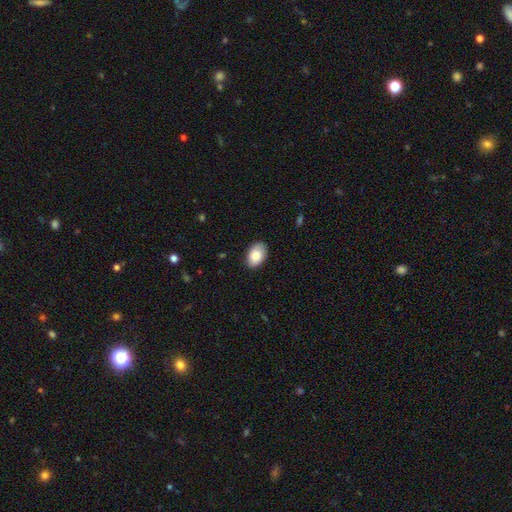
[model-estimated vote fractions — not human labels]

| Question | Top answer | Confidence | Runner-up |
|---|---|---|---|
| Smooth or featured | smooth | 85% | featured or disk (9%) |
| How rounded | in between | 90% | round (8%) |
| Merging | none | 86% | minor disturbance (11%) |